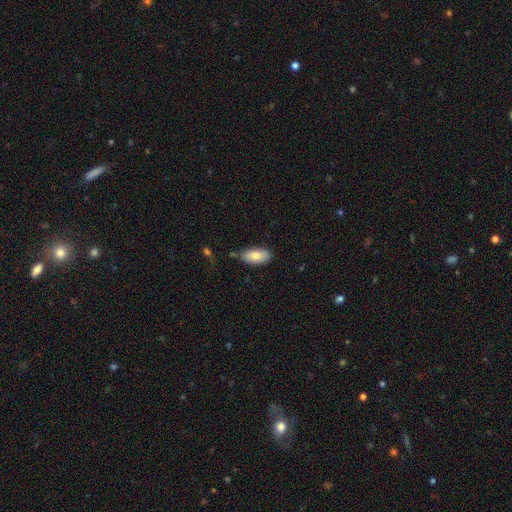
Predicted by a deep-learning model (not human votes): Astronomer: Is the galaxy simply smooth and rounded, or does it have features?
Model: smooth — 81%.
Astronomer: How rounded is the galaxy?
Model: in between — 90%.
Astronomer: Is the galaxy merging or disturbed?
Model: none — 72%.